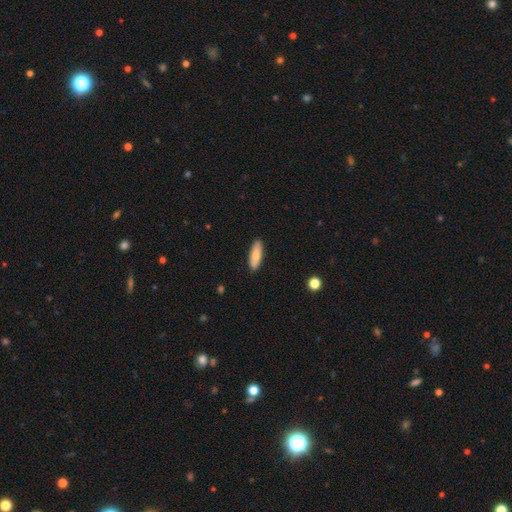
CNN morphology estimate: This appears to be a smooth galaxy with no disk features (82%) that is cigar-shaped (51%). Merging: none (89%).